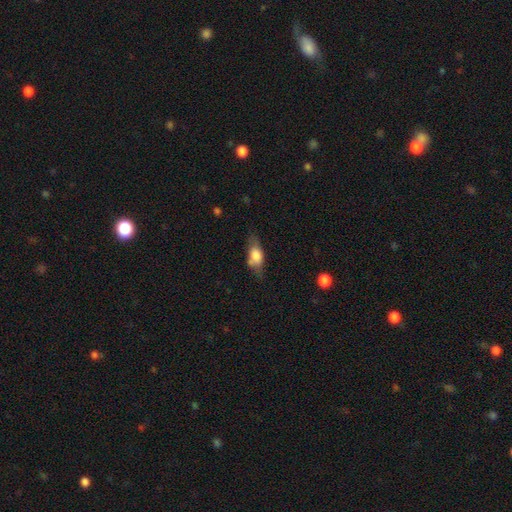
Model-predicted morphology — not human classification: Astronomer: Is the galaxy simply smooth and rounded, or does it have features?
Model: smooth — 67%.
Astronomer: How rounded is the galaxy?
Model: in between — 78%.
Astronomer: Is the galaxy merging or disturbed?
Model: none — 59%.